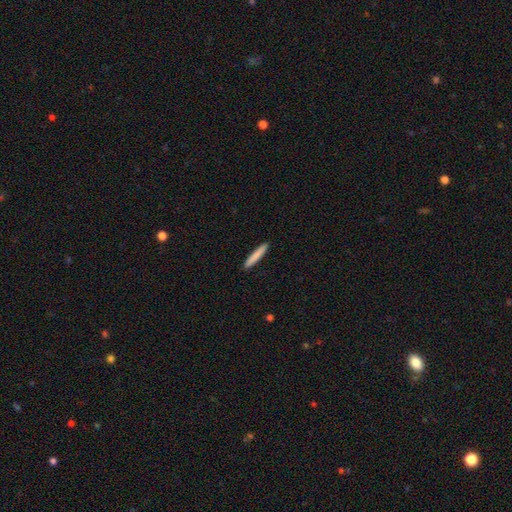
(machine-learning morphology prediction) smooth_or_featured: smooth (p=0.83) [alt: featured or disk p=0.12]
how_rounded: cigar-shaped (p=0.95) [alt: in between p=0.04]
merging: none (p=0.92) [alt: minor disturbance p=0.05]